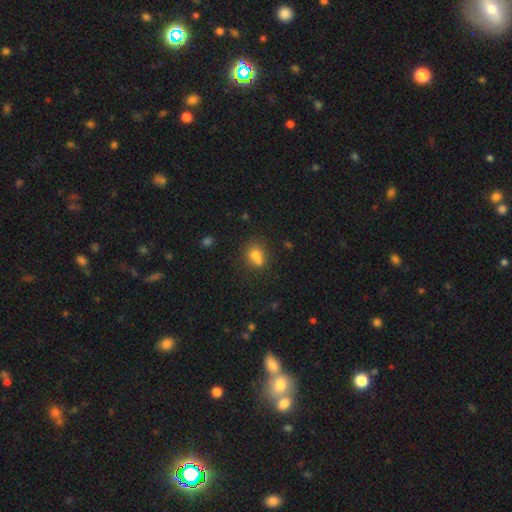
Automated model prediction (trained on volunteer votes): smooth-or-featured: smooth: 70% | featured or disk: 16% | star or artifact: 13%
  how-rounded: round: 64% | in between: 34% | cigar-shaped: 1%
  merging: merger: 49% | none: 35% | minor disturbance: 11% | major disturbance: 5%